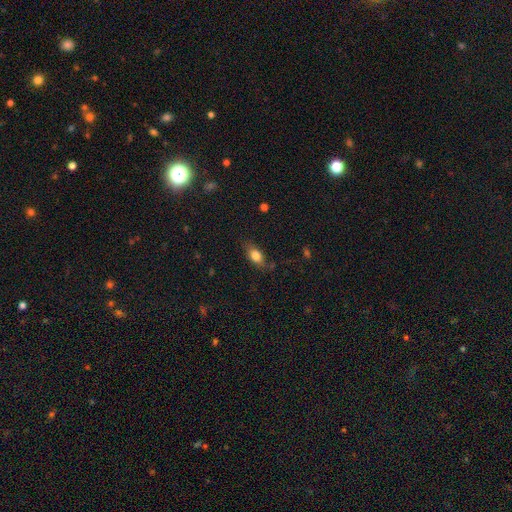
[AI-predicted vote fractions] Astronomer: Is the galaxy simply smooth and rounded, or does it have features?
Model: smooth — 78%.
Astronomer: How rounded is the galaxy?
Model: in between — 80%.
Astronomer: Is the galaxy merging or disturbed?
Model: none — 75%.